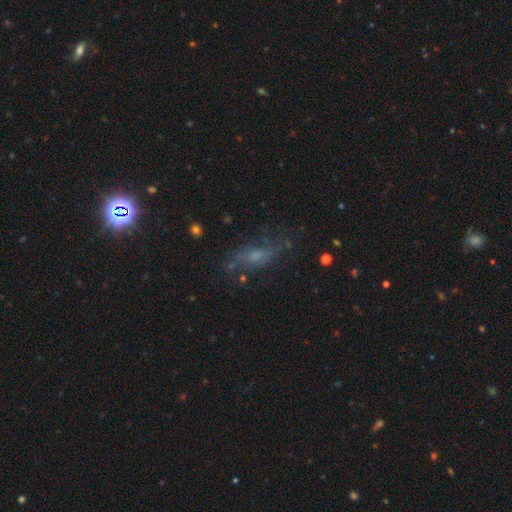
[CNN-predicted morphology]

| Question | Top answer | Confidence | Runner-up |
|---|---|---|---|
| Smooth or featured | featured or disk | 45% | smooth (33%) |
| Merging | none | 61% | minor disturbance (21%) |